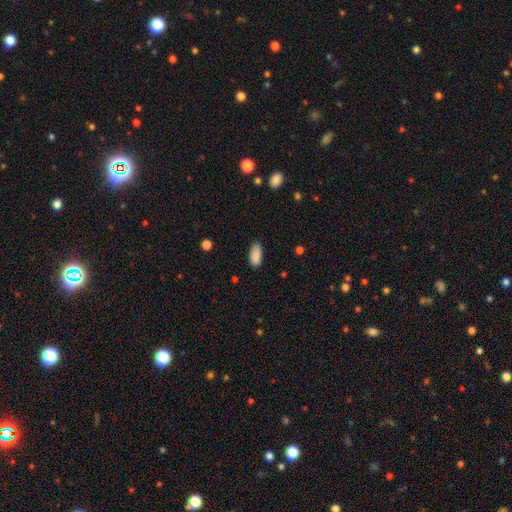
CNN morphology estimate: This is clearly a smooth galaxy (89%). How rounded: clearly in between (89%). Merging: likely none (79%).